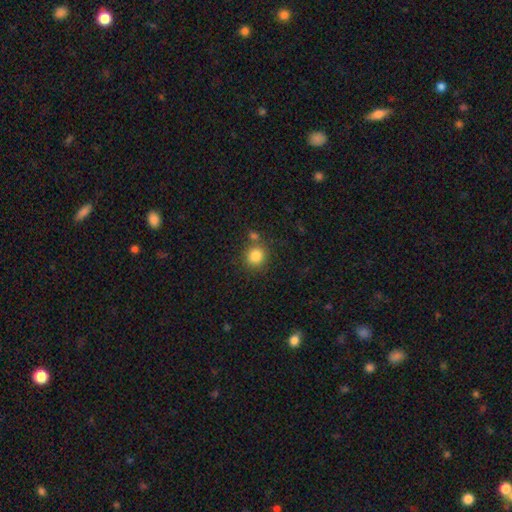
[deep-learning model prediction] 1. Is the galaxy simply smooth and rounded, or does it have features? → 84% smooth, 11% star or artifact, 6% featured or disk.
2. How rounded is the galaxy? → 85% round, 15% in between, 1% cigar-shaped.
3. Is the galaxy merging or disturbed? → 72% none, 14% merger, 10% minor disturbance, 3% major disturbance.